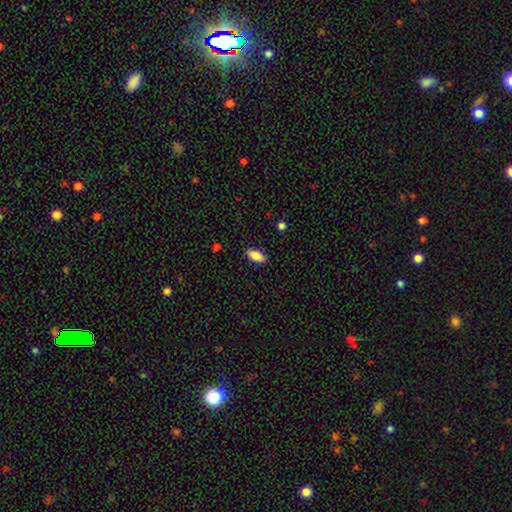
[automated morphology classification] Smooth or featured?
  - smooth: 84% *
  - featured or disk: 9%
  - star or artifact: 7%
How rounded?
  - in between: 84% *
  - cigar-shaped: 14%
  - round: 2%
Merging?
  - none: 87% *
  - minor disturbance: 10%
  - major disturbance: 2%
  - merger: 1%